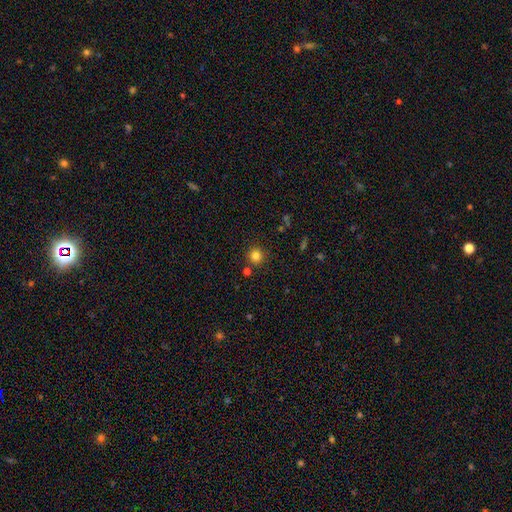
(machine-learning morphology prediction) Smooth or featured? smooth (81%)
How rounded? round (94%)
Merging? none (86%)